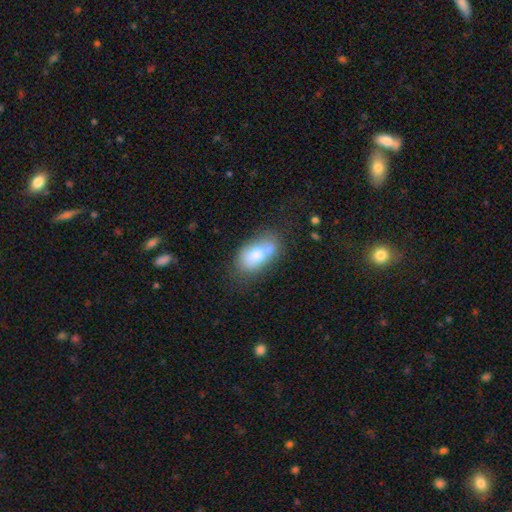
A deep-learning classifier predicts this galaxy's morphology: smooth_or_featured: smooth (p=0.69) [alt: featured or disk p=0.23]
how_rounded: in between (p=0.89) [alt: round p=0.09]
merging: none (p=0.43) [alt: merger p=0.30]